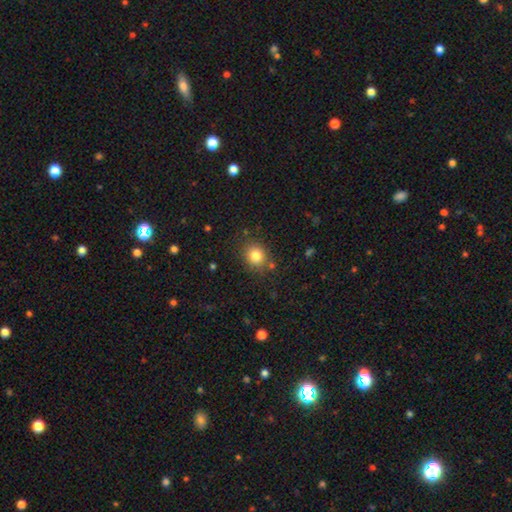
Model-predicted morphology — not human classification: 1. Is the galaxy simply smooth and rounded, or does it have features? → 82% smooth, 12% star or artifact, 7% featured or disk.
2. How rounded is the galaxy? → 73% round, 27% in between, 1% cigar-shaped.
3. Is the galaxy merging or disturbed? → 81% none, 11% minor disturbance, 4% merger, 4% major disturbance.